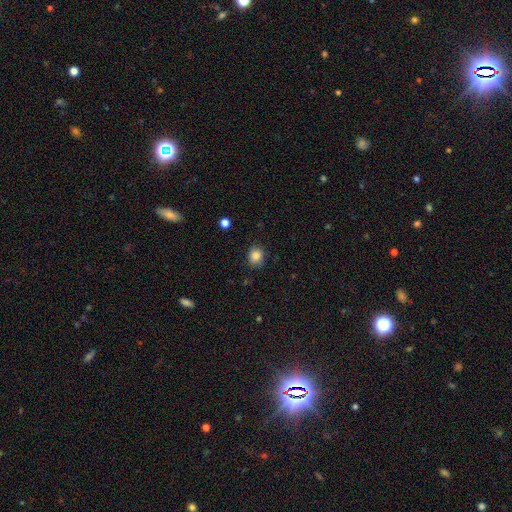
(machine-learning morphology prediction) smooth 84%, star or artifact 10%, featured or disk 5%. Down the decision tree: how rounded — round (69%); merging — none (78%).